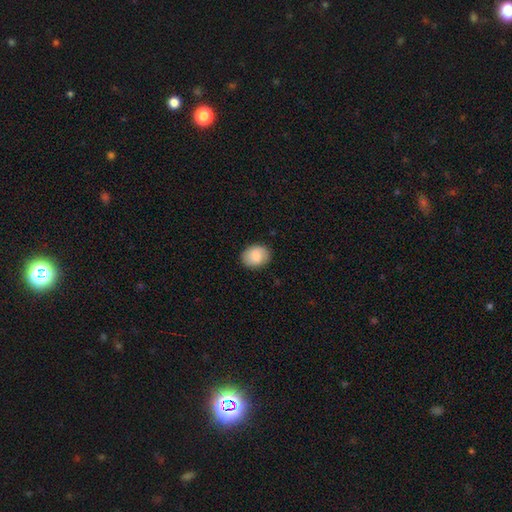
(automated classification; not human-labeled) Smooth or featured: smooth — 83% (featured or disk — 10%)
How rounded: round — 50% (in between — 49%)
Merging: none — 86% (minor disturbance — 11%)